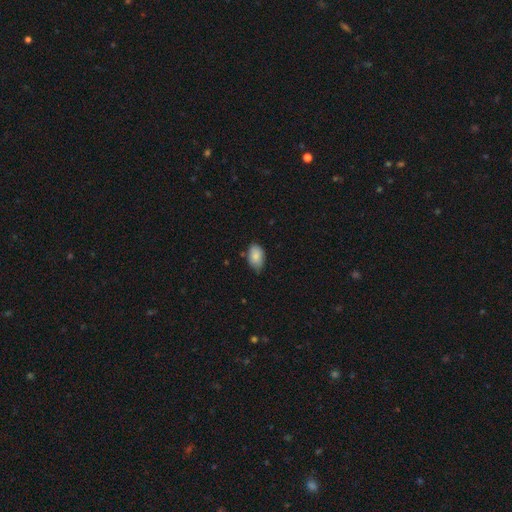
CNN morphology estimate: Q: Smooth or featured?
A: smooth (85%); runner-up: featured or disk (8%)
Q: How rounded?
A: in between (90%); runner-up: round (9%)
Q: Merging?
A: none (64%); runner-up: minor disturbance (30%)